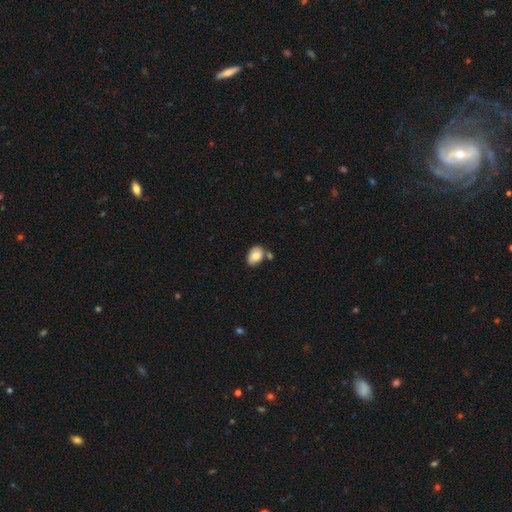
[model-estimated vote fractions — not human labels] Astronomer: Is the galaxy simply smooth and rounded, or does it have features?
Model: smooth — 81%.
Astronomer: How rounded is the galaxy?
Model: in between — 87%.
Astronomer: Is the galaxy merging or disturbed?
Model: none — 60%.